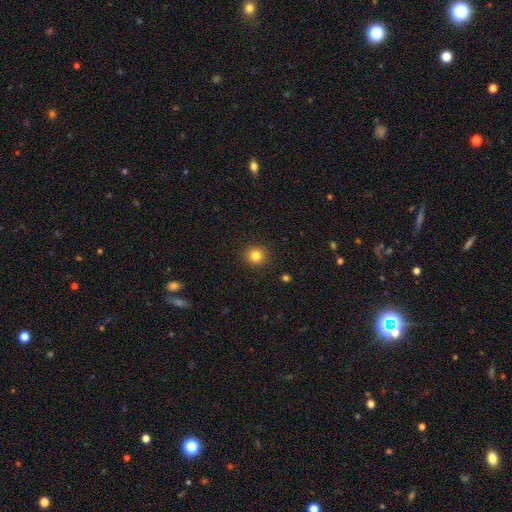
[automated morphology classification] Overall: smooth (83%). How rounded: round (92%). Merging: none (91%).